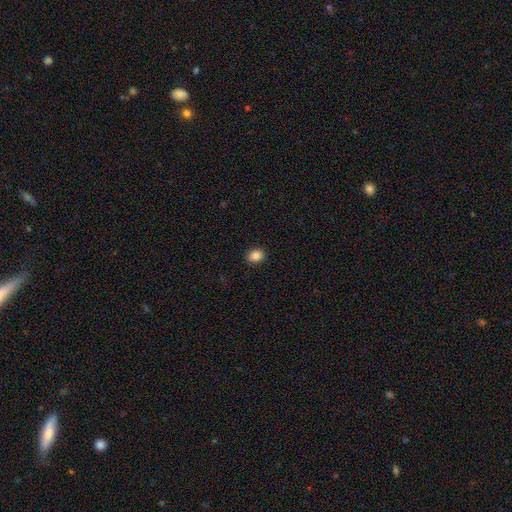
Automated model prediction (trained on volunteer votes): Morphology: type=smooth (85%); roundness=round (56%); merging=none (90%).